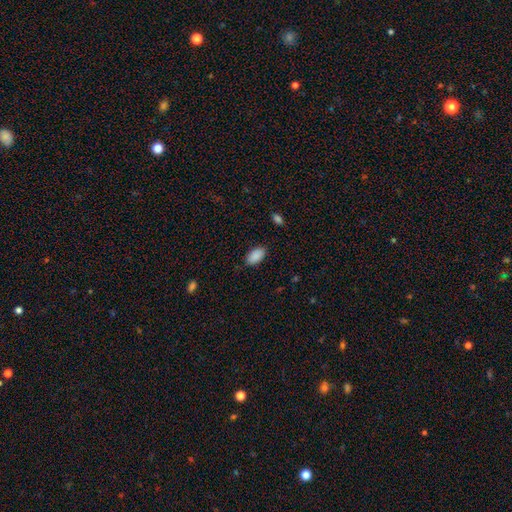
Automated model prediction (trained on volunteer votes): A smooth galaxy with no disk features (90%) that is in between round and cigar-shaped (94%).

Vote fractions:
- Smooth or featured? smooth: 90% / star or artifact: 7% / featured or disk: 3%
- How rounded? in between: 94% / round: 3% / cigar-shaped: 2%
- Merging? none: 86% / minor disturbance: 11% / major disturbance: 3% / merger: 1%